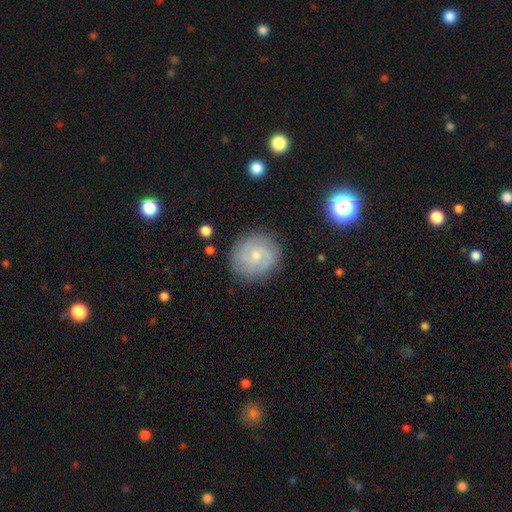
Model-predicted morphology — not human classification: type=featured or disk (76%); edge-on=no (98%); bar=no (58%); spiral arms=yes (95%); winding=tight (53%); arm count=2 (58%); bulge=small (54%); merging=none (84%).